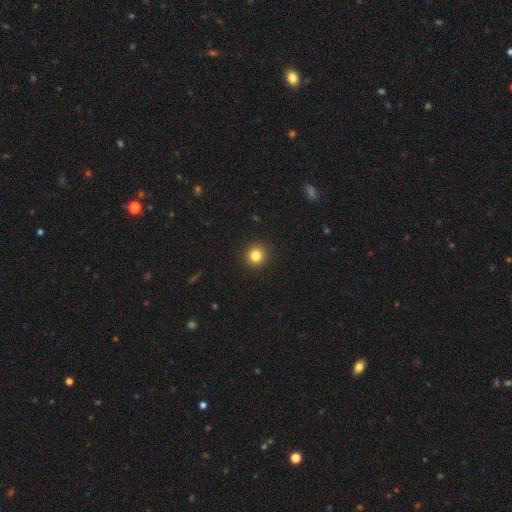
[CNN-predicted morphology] This appears to be a smooth galaxy with no disk features (84%) that is round (92%). Merging: none (92%).